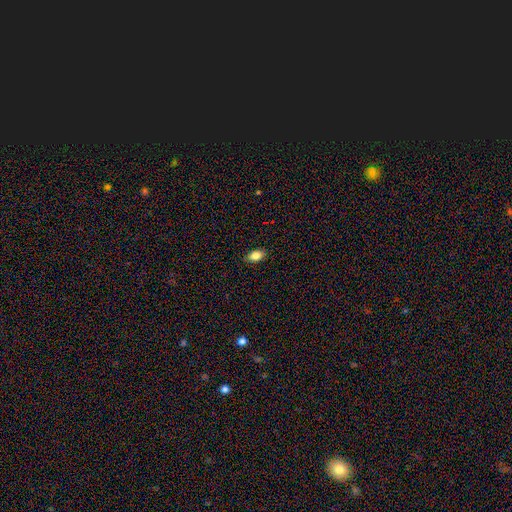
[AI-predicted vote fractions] smooth_or_featured: smooth (p=0.84) [alt: star or artifact p=0.08]
how_rounded: in between (p=0.89) [alt: round p=0.08]
merging: none (p=0.88) [alt: minor disturbance p=0.09]